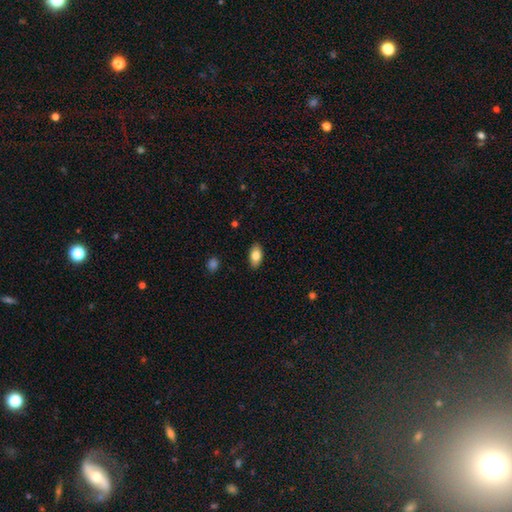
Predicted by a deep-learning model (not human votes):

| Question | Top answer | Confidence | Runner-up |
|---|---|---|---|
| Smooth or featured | smooth | 81% | featured or disk (11%) |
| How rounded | in between | 92% | round (5%) |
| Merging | none | 88% | minor disturbance (9%) |